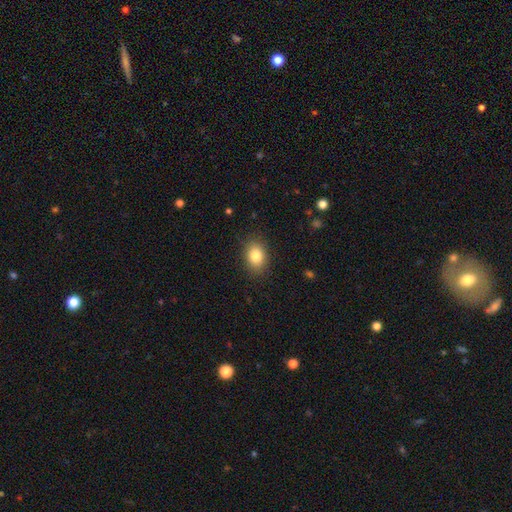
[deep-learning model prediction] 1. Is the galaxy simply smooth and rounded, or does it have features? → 84% smooth, 9% star or artifact, 8% featured or disk.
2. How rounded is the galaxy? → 70% in between, 29% round, 1% cigar-shaped.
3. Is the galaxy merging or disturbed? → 87% none, 9% minor disturbance, 3% major disturbance, 1% merger.